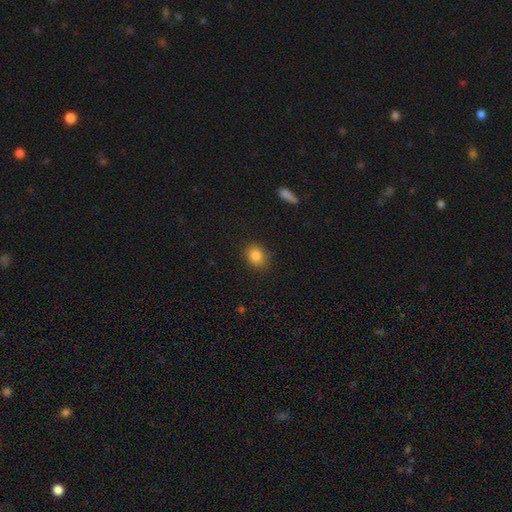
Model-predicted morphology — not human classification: This appears to be a smooth galaxy with no disk features (85%) that is in between round and cigar-shaped (53%). Merging: none (83%).